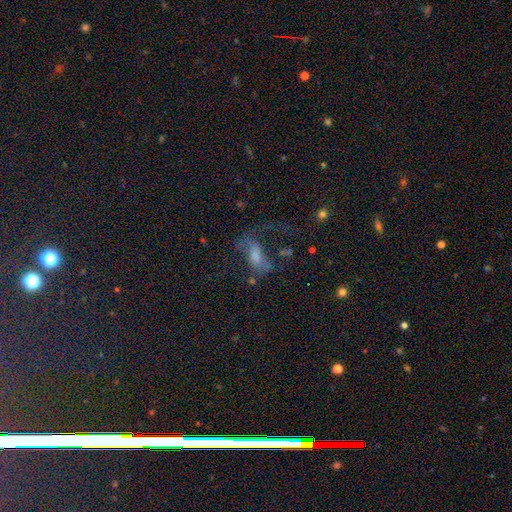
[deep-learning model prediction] A featured or disk galaxy (46%). Merging: major disturbance (45%).